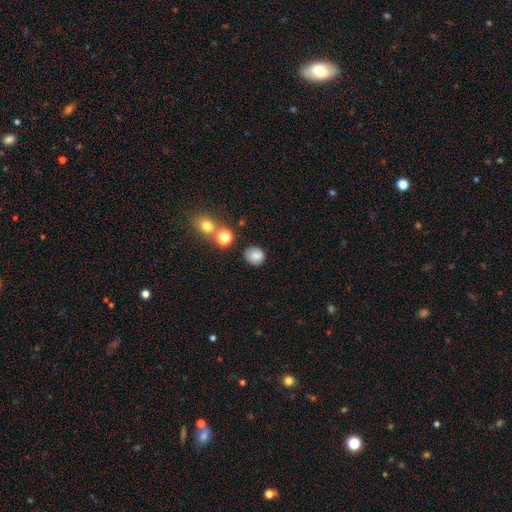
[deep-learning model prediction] Smooth or featured?
  - smooth: 83% *
  - star or artifact: 11%
  - featured or disk: 6%
How rounded?
  - round: 80% *
  - in between: 19%
  - cigar-shaped: 1%
Merging?
  - none: 82% *
  - minor disturbance: 11%
  - merger: 4%
  - major disturbance: 3%